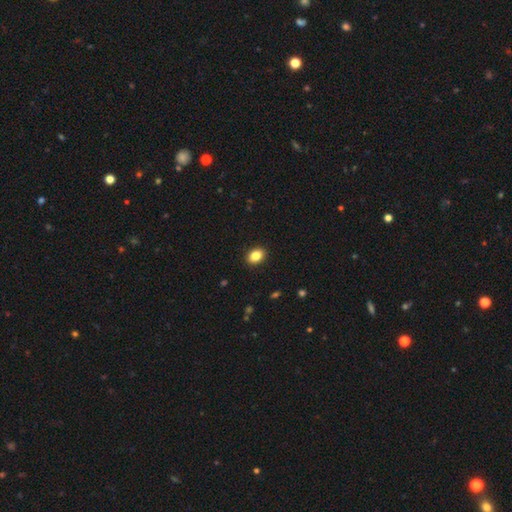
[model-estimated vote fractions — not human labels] Smooth or featured? smooth (86%)
How rounded? in between (72%)
Merging? none (91%)